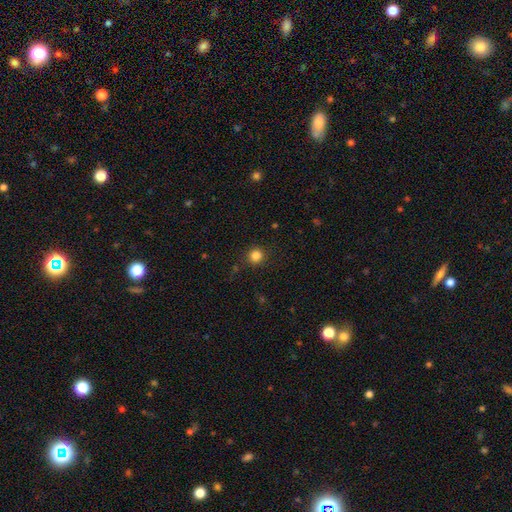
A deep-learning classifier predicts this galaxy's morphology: smooth-or-featured: smooth: 84% | star or artifact: 13% | featured or disk: 4%
  how-rounded: round: 89% | in between: 10% | cigar-shaped: 1%
  merging: none: 86% | minor disturbance: 10% | major disturbance: 3% | merger: 2%